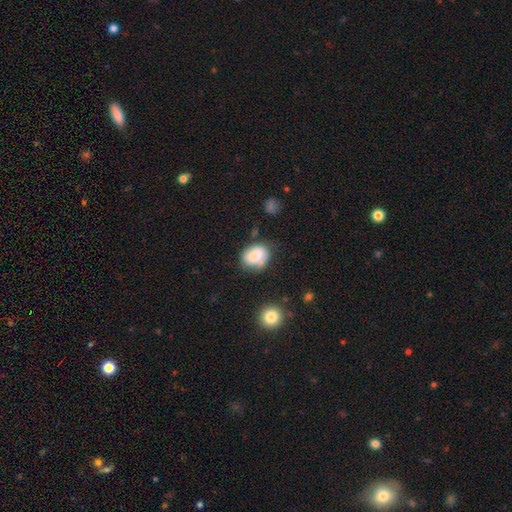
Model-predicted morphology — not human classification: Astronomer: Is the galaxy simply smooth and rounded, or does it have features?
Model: smooth — 80%.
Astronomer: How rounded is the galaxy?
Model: in between — 56% (runner-up: round, 43%).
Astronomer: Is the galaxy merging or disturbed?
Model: none — 60%.